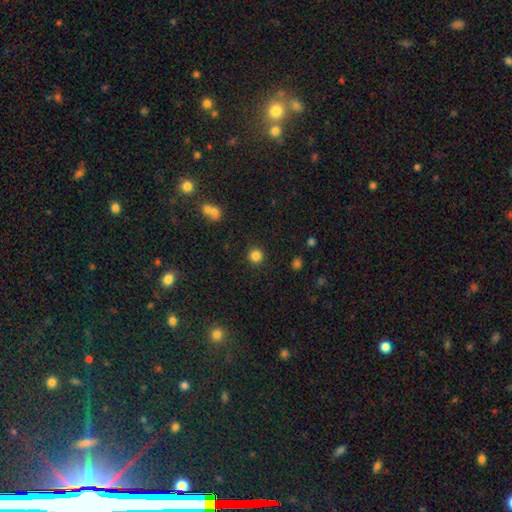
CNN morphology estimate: smooth 84%, star or artifact 12%, featured or disk 4%. Down the decision tree: how rounded — round (94%); merging — none (90%).